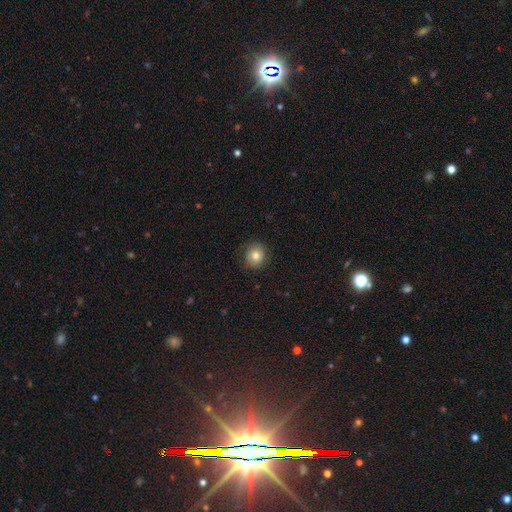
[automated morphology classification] Smooth or featured?
  - smooth: 78% *
  - featured or disk: 12%
  - star or artifact: 10%
How rounded?
  - round: 86% *
  - in between: 13%
  - cigar-shaped: 1%
Merging?
  - none: 82% *
  - minor disturbance: 13%
  - major disturbance: 4%
  - merger: 1%